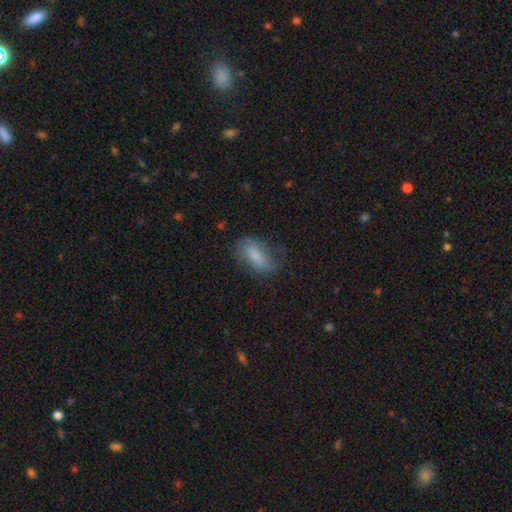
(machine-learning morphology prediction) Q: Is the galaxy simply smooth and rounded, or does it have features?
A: smooth — 70%.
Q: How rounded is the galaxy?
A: in between — 83%.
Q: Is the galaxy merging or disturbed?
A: none — 59%.